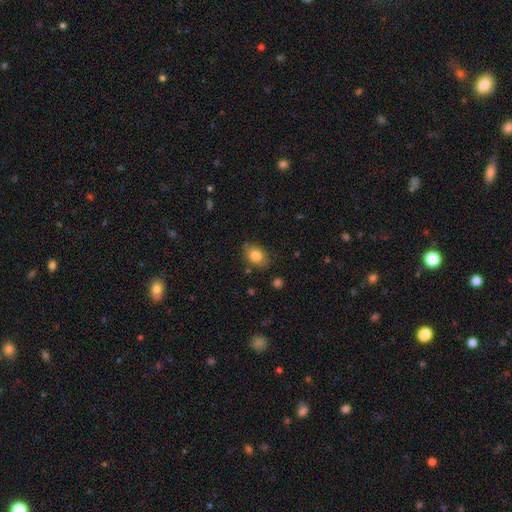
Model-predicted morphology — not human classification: type=smooth (81%); roundness=in between (76%); merging=none (80%).